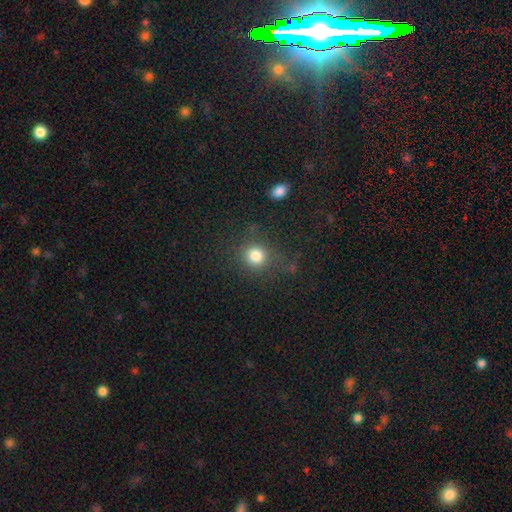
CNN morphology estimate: smooth 80%, star or artifact 14%, featured or disk 6%. Down the decision tree: how rounded — round (88%); merging — none (78%).